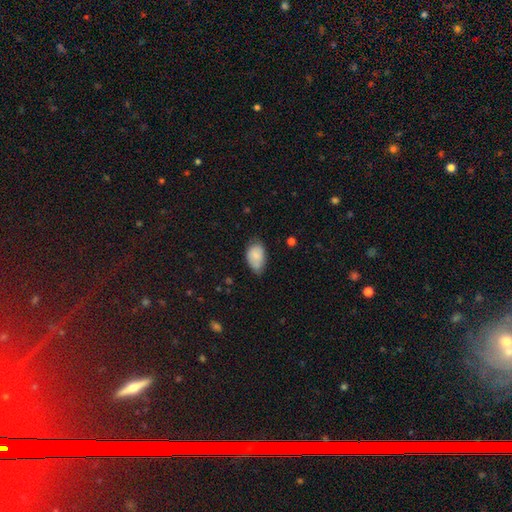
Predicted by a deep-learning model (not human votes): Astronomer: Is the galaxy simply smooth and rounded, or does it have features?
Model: smooth — 81%.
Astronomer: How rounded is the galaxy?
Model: in between — 92%.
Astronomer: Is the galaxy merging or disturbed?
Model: none — 55% (runner-up: minor disturbance, 36%).